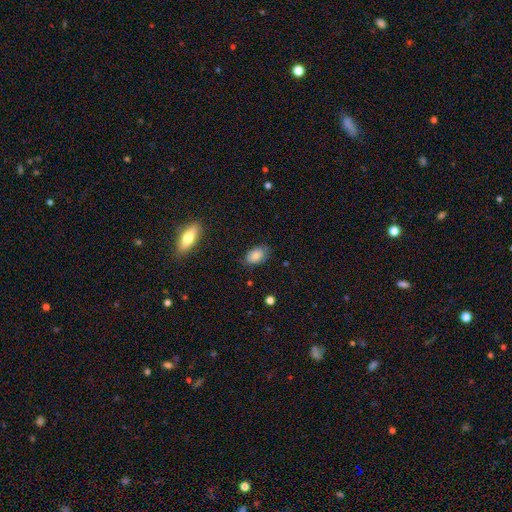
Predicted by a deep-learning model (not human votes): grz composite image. It shows a smooth galaxy with no disk features (81%) that is in between round and cigar-shaped (87%). Merging: none (76%).